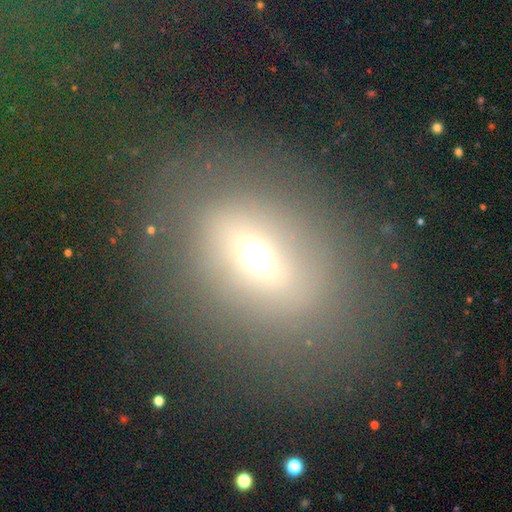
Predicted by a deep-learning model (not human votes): Q: Smooth or featured?
A: star or artifact (40%); runner-up: smooth (31%)